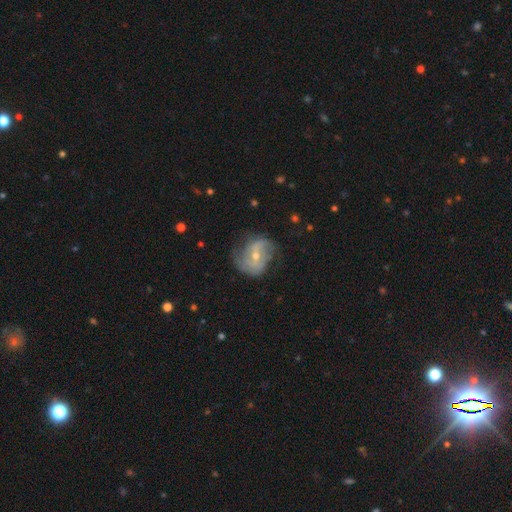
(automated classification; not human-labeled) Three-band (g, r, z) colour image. It shows a featured or disk galaxy (76%) with a weak bar (44%), 2 (66%) medium (42%) spiral arms (89%) and a small central bulge (49%). Merging: none (59%).